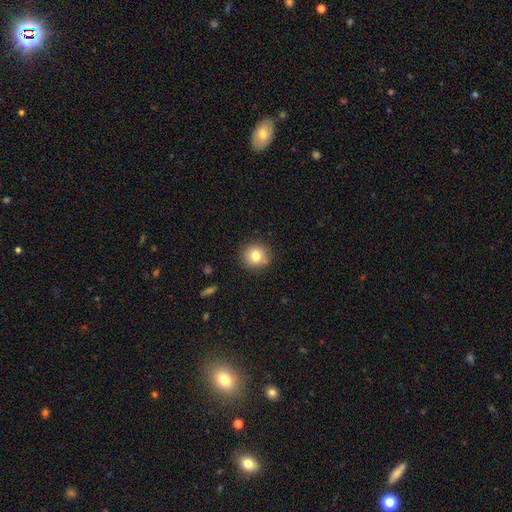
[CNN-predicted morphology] Smooth or featured? smooth (81%)
How rounded? round (90%)
Merging? none (87%)